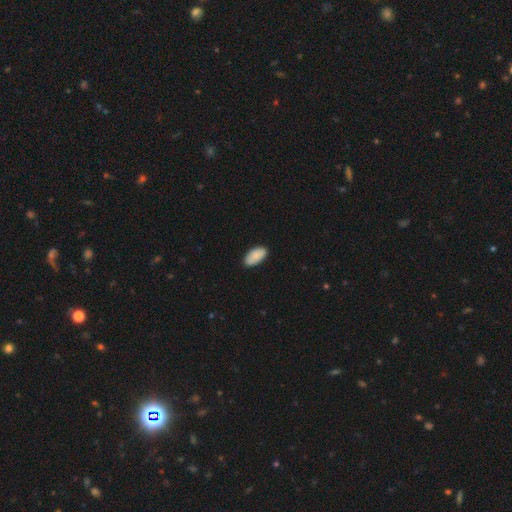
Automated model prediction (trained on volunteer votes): smooth 88%, star or artifact 6%, featured or disk 6%. Down the decision tree: how rounded — in between (95%); merging — none (86%).